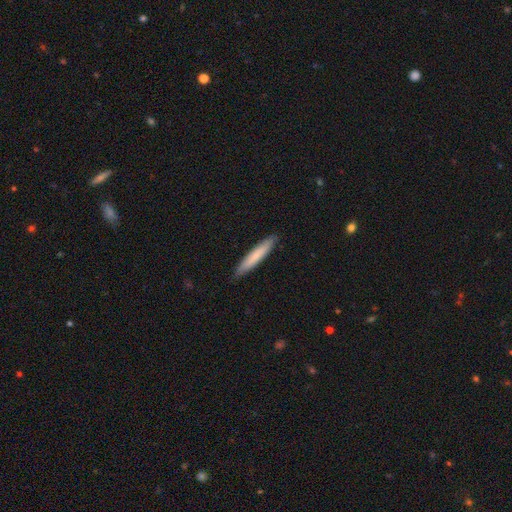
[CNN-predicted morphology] smooth 75%, featured or disk 20%, star or artifact 5%. Down the decision tree: how rounded — cigar-shaped (93%); merging — none (90%).